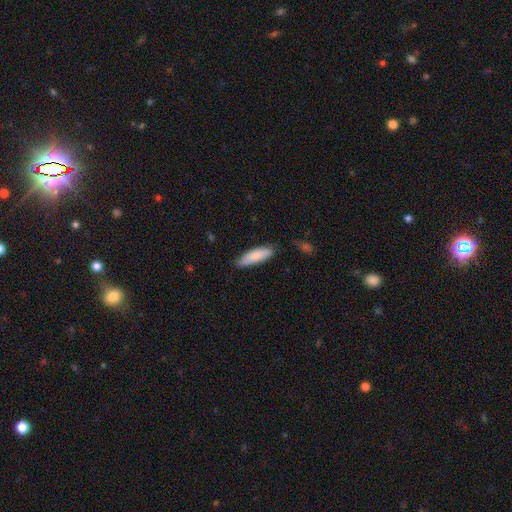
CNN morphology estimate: Smooth or featured? smooth (84%)
How rounded? cigar-shaped (52%)
Merging? none (76%)